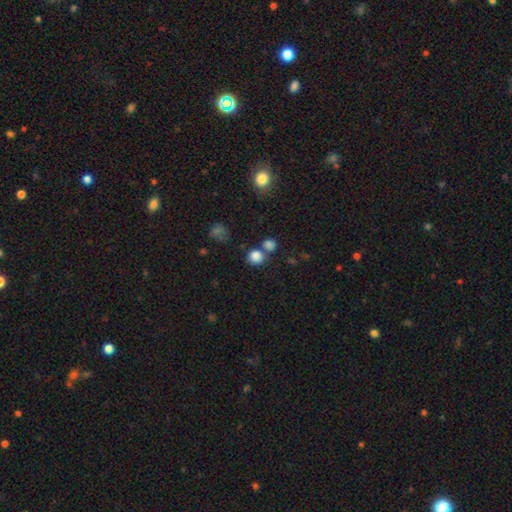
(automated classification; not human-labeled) This appears to be a smooth galaxy with no disk features (83%) that is round (83%). Merging: none (59%).